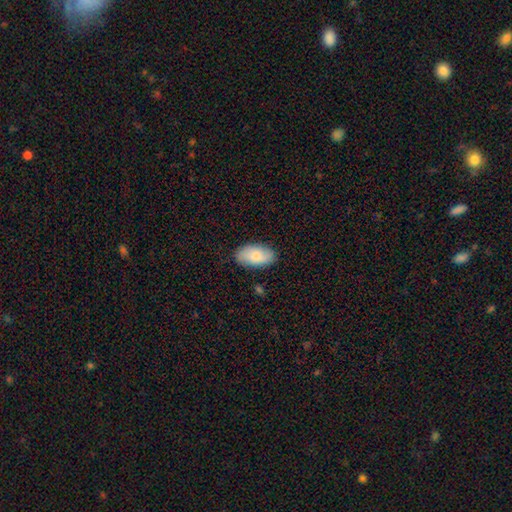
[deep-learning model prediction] Smooth or featured: smooth — 76% (featured or disk — 18%)
How rounded: in between — 94% (round — 3%)
Merging: none — 84% (minor disturbance — 12%)